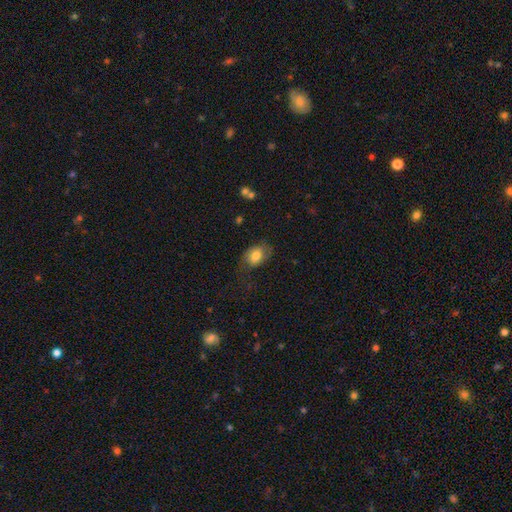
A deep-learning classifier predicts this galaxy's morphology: A smooth galaxy with no disk features (76%) that is in between round and cigar-shaped (74%). Merging: none (54%).